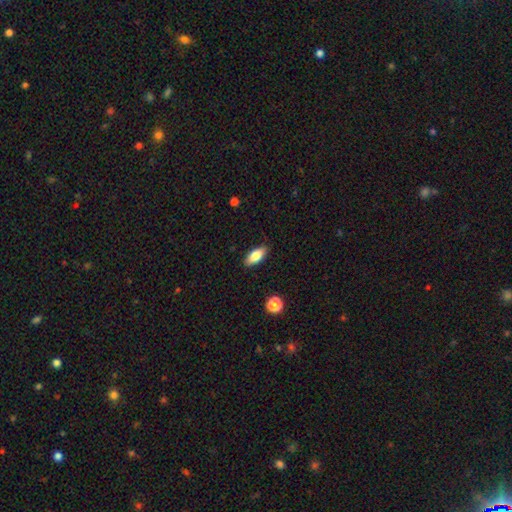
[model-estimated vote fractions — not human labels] Smooth or featured? Predicted: smooth (p=0.79). How rounded? Predicted: in between (p=0.83). Merging? Predicted: none (p=0.87).